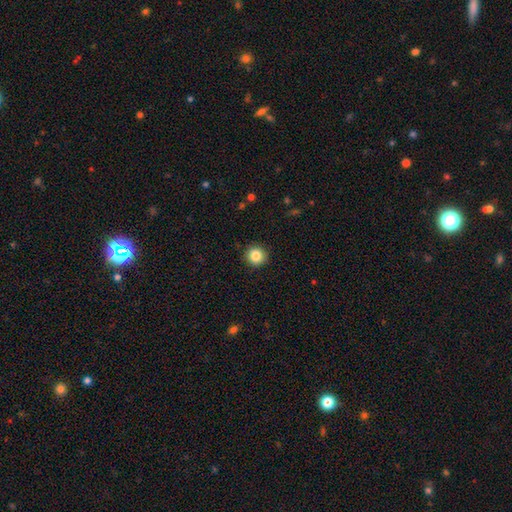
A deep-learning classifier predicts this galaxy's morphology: smooth_or_featured: smooth (p=0.86) [alt: star or artifact p=0.10]
how_rounded: round (p=0.94) [alt: in between p=0.05]
merging: none (p=0.92) [alt: minor disturbance p=0.06]